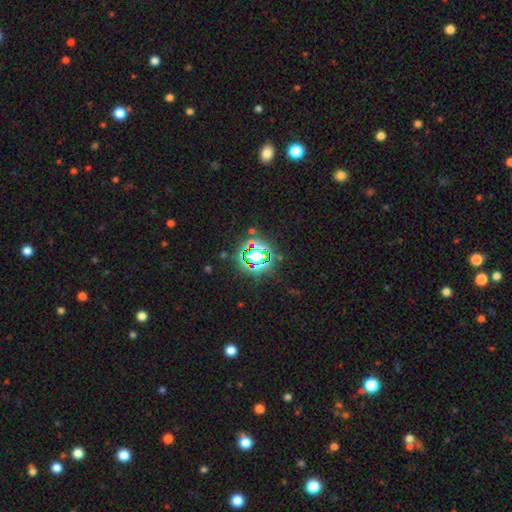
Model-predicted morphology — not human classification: Smooth or featured: star or artifact — 65% (smooth — 23%)